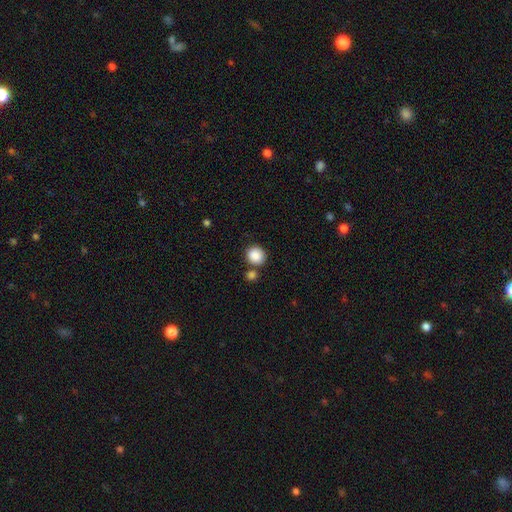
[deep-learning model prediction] A smooth galaxy with no disk features (88%) that is round (87%). Merging: none (73%).